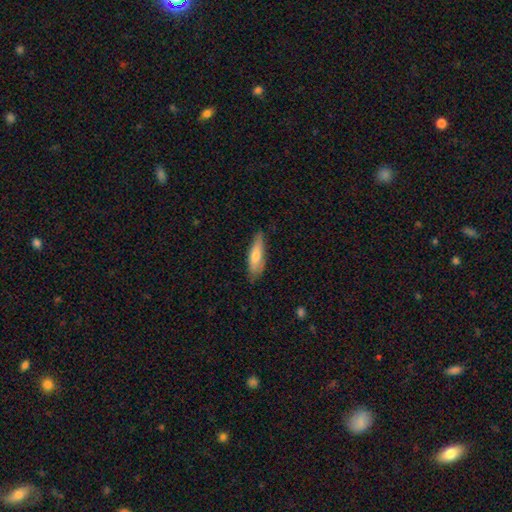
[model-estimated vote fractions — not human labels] This is likely a smooth galaxy (67%). How rounded: likely cigar-shaped (61%). Merging: likely none (78%).